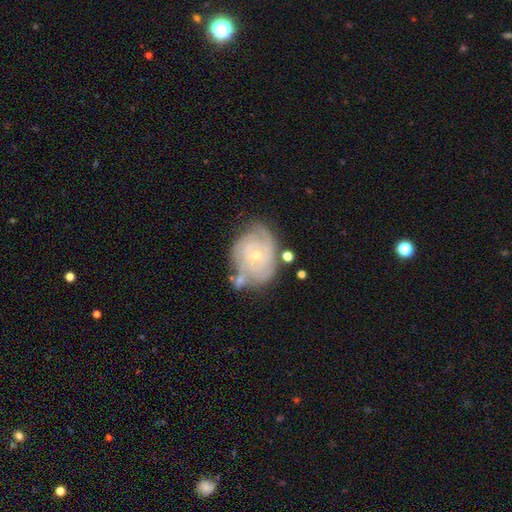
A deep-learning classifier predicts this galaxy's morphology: smooth_or_featured: featured or disk (p=0.81) [alt: smooth p=0.13]
disk_edge_on: no (p=0.97) [alt: yes p=0.03]
bar: no (p=0.76) [alt: weak p=0.20]
has_spiral_arms: yes (p=0.91) [alt: no p=0.09]
spiral_winding: tight (p=0.75) [alt: medium p=0.20]
spiral_arm_count: can't tell (p=0.40) [alt: 2 p=0.24]
bulge_size: small (p=0.69) [alt: moderate p=0.28]
merging: none (p=0.57) [alt: minor disturbance p=0.24]